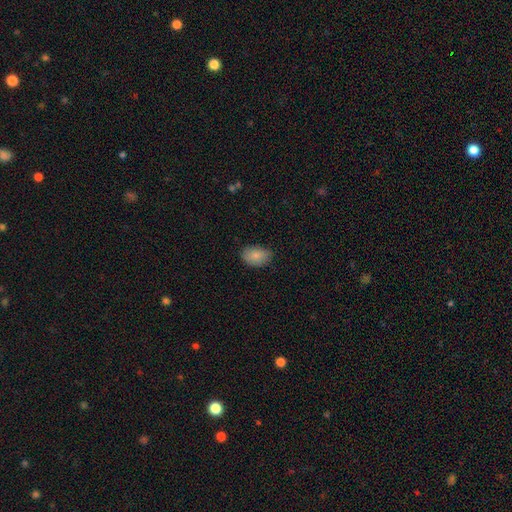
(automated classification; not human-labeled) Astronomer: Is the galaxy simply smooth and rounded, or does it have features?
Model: smooth — 84%.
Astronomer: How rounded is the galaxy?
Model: in between — 85%.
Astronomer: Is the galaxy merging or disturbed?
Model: none — 78%.